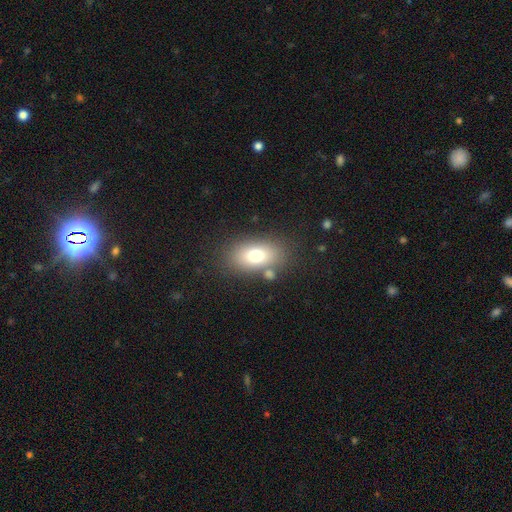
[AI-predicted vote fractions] A smooth galaxy with no disk features (73%) that is in between round and cigar-shaped (85%).

Vote fractions:
- Smooth or featured? smooth: 73% / featured or disk: 16% / star or artifact: 11%
- How rounded? in between: 85% / round: 13% / cigar-shaped: 2%
- Merging? none: 75% / minor disturbance: 12% / merger: 8% / major disturbance: 5%